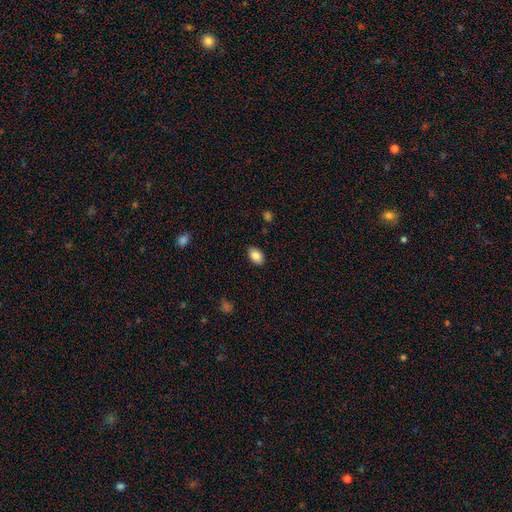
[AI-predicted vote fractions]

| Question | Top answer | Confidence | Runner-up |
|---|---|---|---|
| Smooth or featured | smooth | 87% | star or artifact (8%) |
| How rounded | in between | 86% | round (13%) |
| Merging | none | 89% | minor disturbance (8%) |